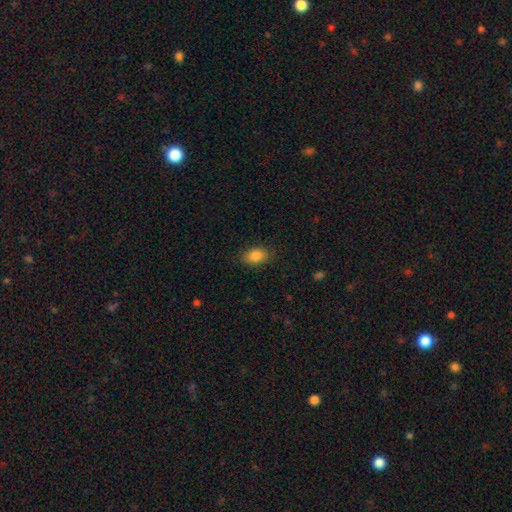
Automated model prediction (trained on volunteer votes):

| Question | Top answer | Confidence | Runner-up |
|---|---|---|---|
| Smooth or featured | smooth | 87% | star or artifact (8%) |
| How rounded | in between | 84% | round (14%) |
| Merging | none | 81% | minor disturbance (14%) |